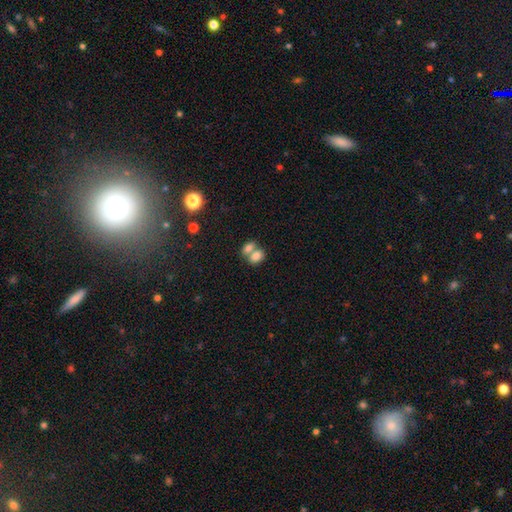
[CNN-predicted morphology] Q: Smooth or featured?
A: smooth (81%); runner-up: featured or disk (11%)
Q: How rounded?
A: in between (80%); runner-up: round (18%)
Q: Merging?
A: merger (62%); runner-up: none (27%)